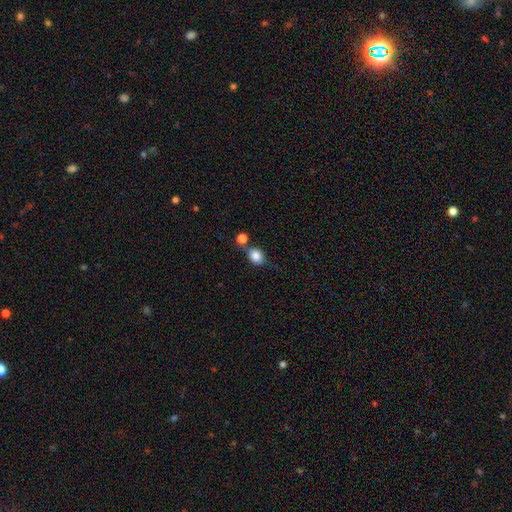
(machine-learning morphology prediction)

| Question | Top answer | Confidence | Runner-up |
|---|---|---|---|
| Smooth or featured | smooth | 83% | star or artifact (10%) |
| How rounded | round | 53% | in between (45%) |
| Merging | none | 57% | merger (23%) |